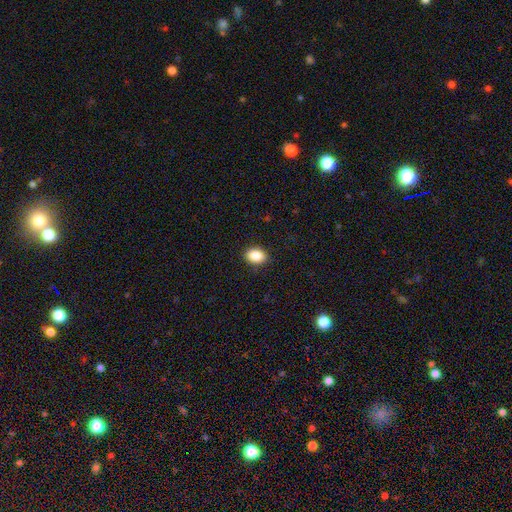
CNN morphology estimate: Smooth or featured: smooth — 88% (star or artifact — 8%)
How rounded: in between — 74% (round — 25%)
Merging: none — 89% (minor disturbance — 8%)